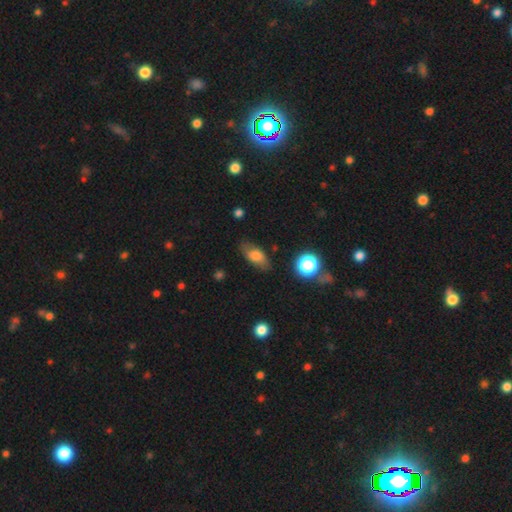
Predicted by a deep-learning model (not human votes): Overall: smooth (66%). How rounded: in between (83%). Merging: none (76%).